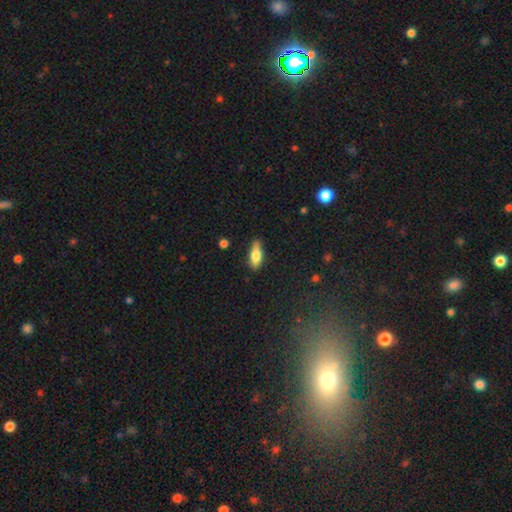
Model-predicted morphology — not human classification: Smooth or featured: smooth — 73% (featured or disk — 20%)
How rounded: in between — 72% (cigar-shaped — 25%)
Merging: none — 76% (minor disturbance — 19%)